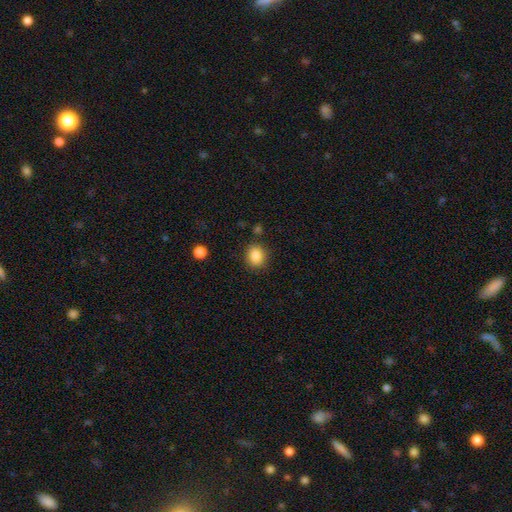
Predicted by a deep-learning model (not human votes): This is clearly a smooth galaxy (87%). How rounded: likely round (63%). Merging: clearly none (85%).